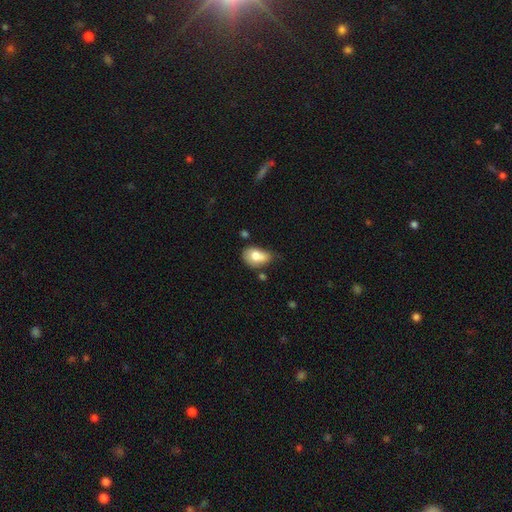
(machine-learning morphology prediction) Overall: smooth (75%). How rounded: in between (77%). Merging: minor disturbance (41%; none 32%).